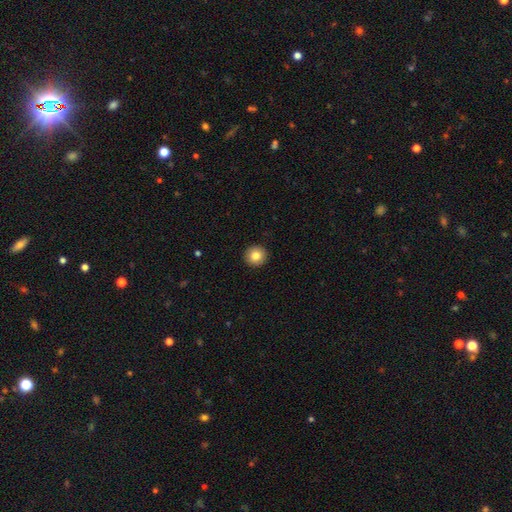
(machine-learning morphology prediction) Smooth or featured: smooth — 83% (star or artifact — 9%)
How rounded: round — 93% (in between — 6%)
Merging: none — 93% (minor disturbance — 5%)